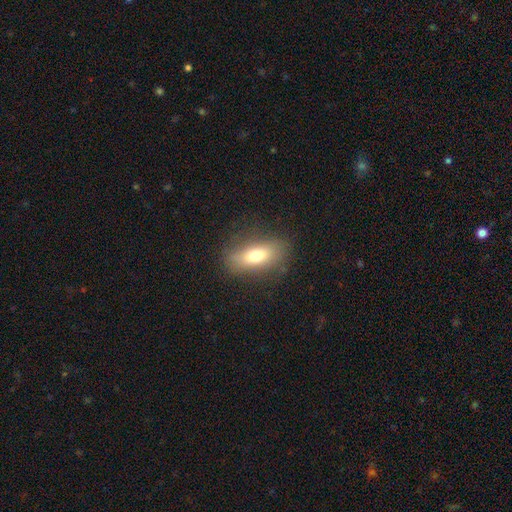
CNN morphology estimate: Overall: smooth (71%). How rounded: in between (77%). Merging: none (80%).